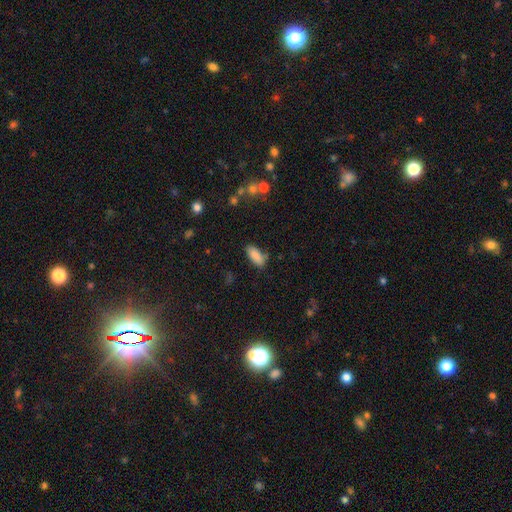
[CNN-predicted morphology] Smooth or featured?
  - smooth: 87% *
  - star or artifact: 7%
  - featured or disk: 6%
How rounded?
  - in between: 82% *
  - cigar-shaped: 16%
  - round: 2%
Merging?
  - none: 77% *
  - minor disturbance: 16%
  - major disturbance: 4%
  - merger: 4%